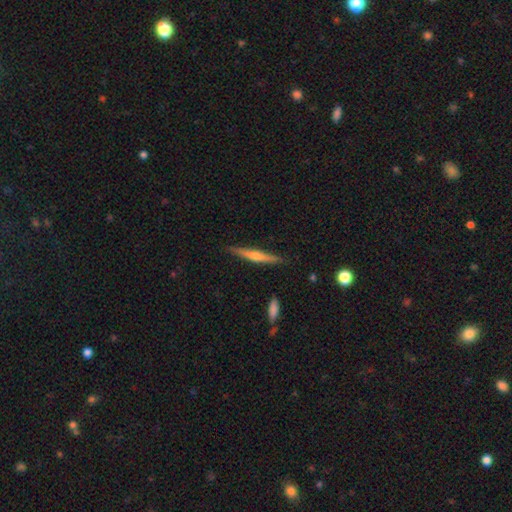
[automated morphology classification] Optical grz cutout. It shows a featured or disk galaxy (64%) viewed edge-on (98%) with a rounded central bulge (81%). Merging: none (88%).